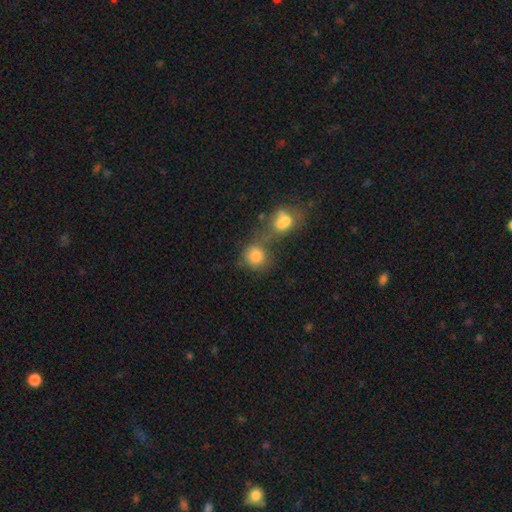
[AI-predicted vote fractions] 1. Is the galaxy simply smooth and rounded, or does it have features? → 79% smooth, 11% star or artifact, 10% featured or disk.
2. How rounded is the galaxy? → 81% round, 18% in between, 1% cigar-shaped.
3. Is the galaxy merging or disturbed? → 45% merger, 39% none, 10% minor disturbance, 7% major disturbance.